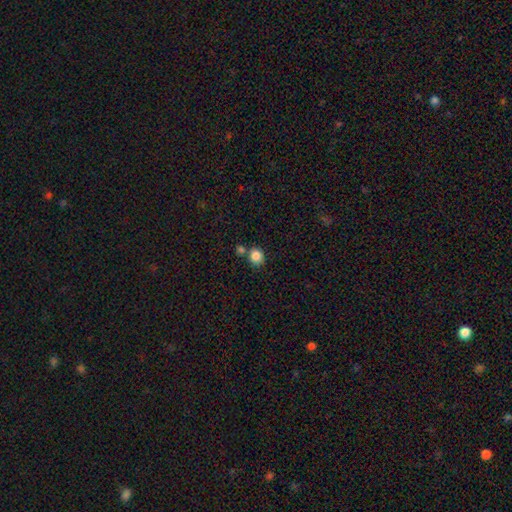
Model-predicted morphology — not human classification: smooth 85%, star or artifact 10%, featured or disk 5%. Down the decision tree: how rounded — round (82%); merging — none (67%).